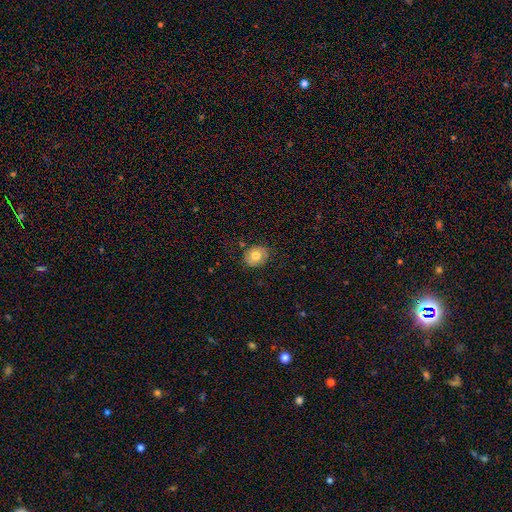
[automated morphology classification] Smooth or featured: smooth — 70% (featured or disk — 21%)
How rounded: round — 69% (in between — 30%)
Merging: none — 80% (minor disturbance — 14%)